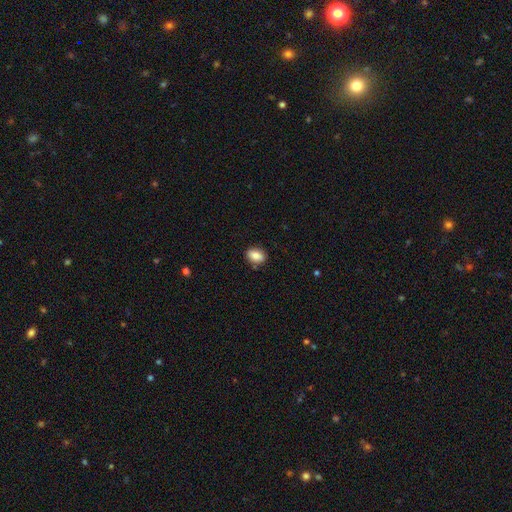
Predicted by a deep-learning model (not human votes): A smooth galaxy with no disk features (86%) that is in between round and cigar-shaped (77%). Merging: none (83%).